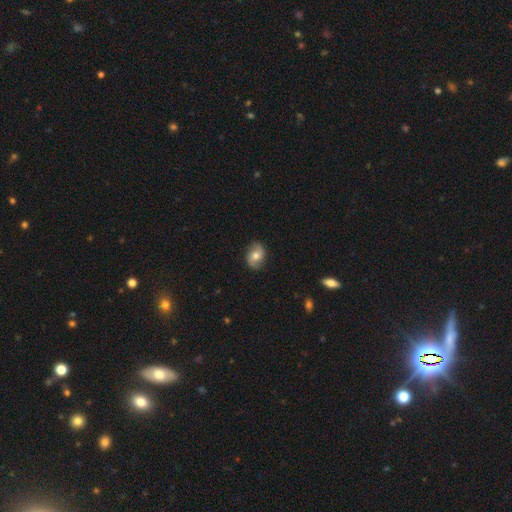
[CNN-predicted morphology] This is possibly a smooth galaxy (46%). Merging: clearly none (82%).